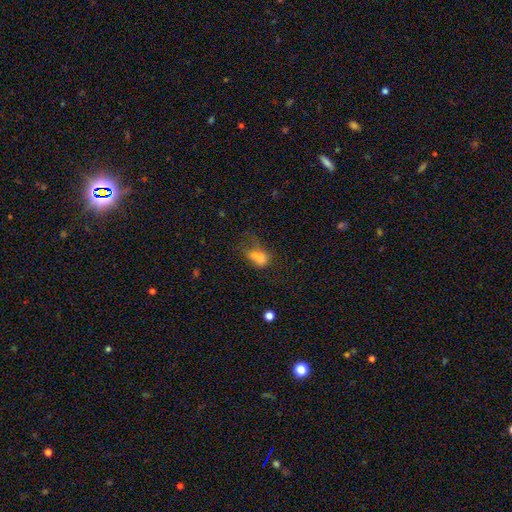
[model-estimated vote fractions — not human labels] Q: Smooth or featured?
A: smooth (67%); runner-up: featured or disk (17%)
Q: How rounded?
A: in between (79%); runner-up: round (12%)
Q: Merging?
A: major disturbance (39%); runner-up: none (28%)